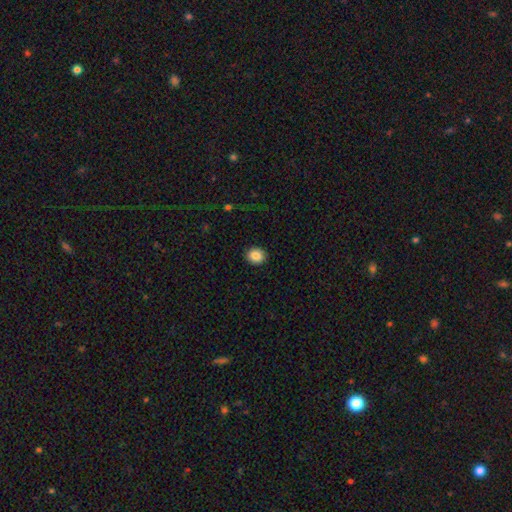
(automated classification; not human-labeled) smooth-or-featured: smooth: 87% | star or artifact: 9% | featured or disk: 4%
  how-rounded: round: 71% | in between: 28% | cigar-shaped: 1%
  merging: none: 92% | minor disturbance: 5% | major disturbance: 2% | merger: 1%